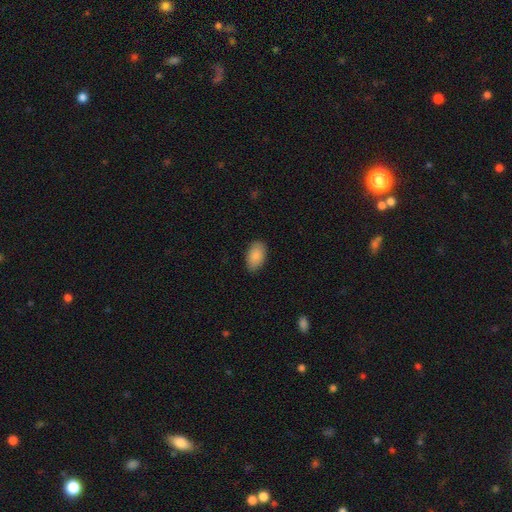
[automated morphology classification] Smooth or featured? Predicted: smooth (p=0.87). How rounded? Predicted: in between (p=0.93). Merging? Predicted: none (p=0.85).